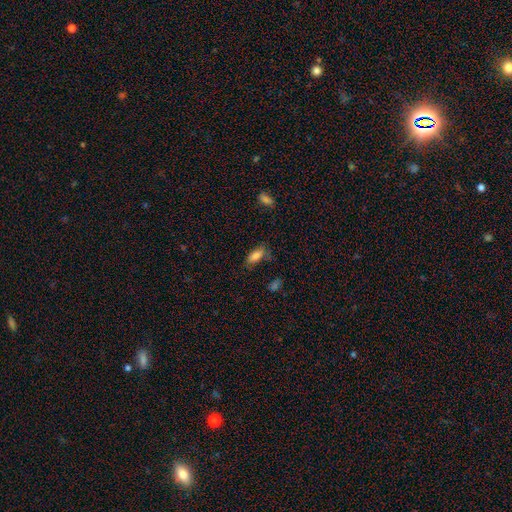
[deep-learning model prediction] Smooth or featured? Predicted: smooth (p=0.83). How rounded? Predicted: in between (p=0.83). Merging? Predicted: none (p=0.66).